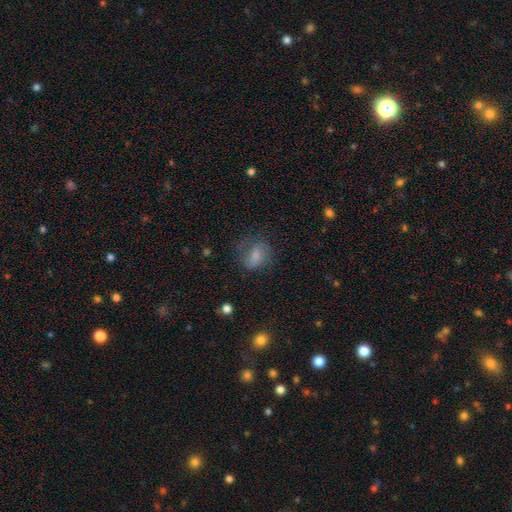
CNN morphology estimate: This appears to be a smooth galaxy with no disk features (62%) that is in between round and cigar-shaped (65%). Merging: none (57%).